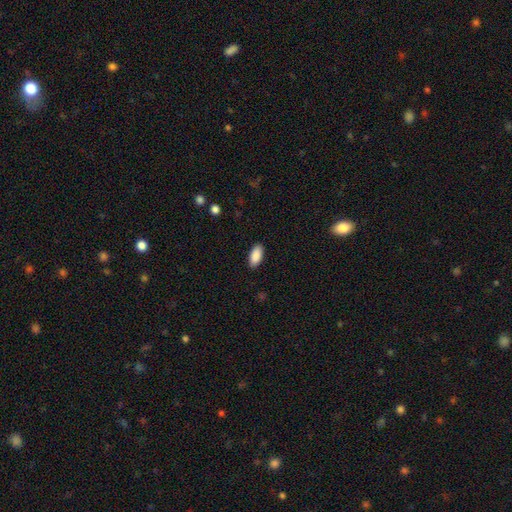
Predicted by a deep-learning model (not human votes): A smooth galaxy with no disk features (90%) that is in between round and cigar-shaped (92%). Merging: none (89%).